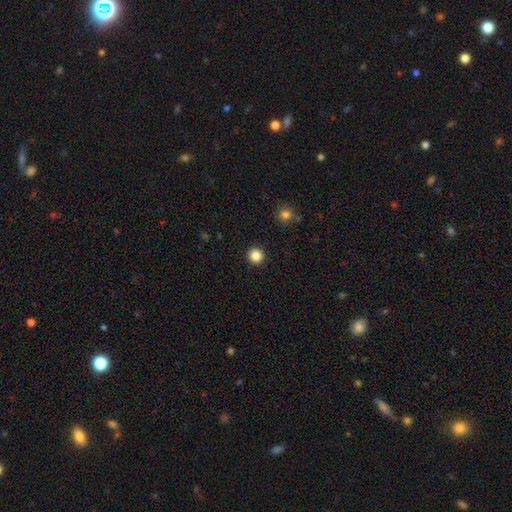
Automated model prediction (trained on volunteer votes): Q: Smooth or featured?
A: smooth (84%); runner-up: star or artifact (11%)
Q: How rounded?
A: round (96%); runner-up: in between (3%)
Q: Merging?
A: none (93%); runner-up: minor disturbance (4%)